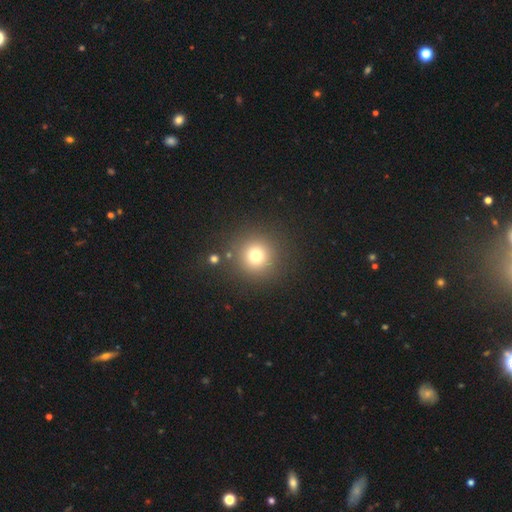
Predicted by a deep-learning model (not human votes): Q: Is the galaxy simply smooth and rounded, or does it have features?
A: smooth — 75%.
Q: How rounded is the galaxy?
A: round — 95%.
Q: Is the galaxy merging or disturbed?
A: none — 88%.